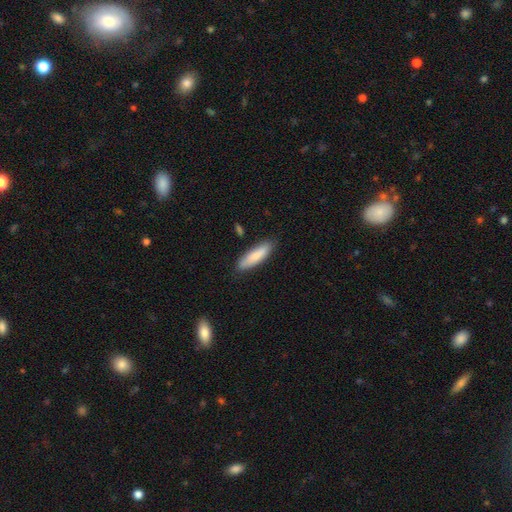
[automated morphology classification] Overall: smooth (83%). How rounded: cigar-shaped (64%; in between 35%). Merging: none (84%).